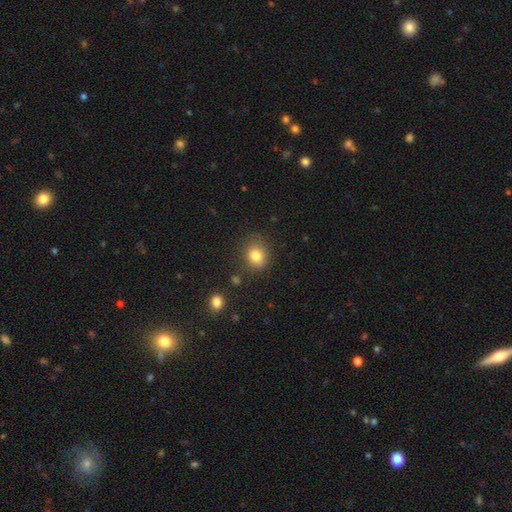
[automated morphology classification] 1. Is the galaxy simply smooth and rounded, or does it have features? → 81% smooth, 11% star or artifact, 7% featured or disk.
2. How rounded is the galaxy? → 67% round, 32% in between, 1% cigar-shaped.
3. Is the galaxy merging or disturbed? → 77% none, 15% minor disturbance, 4% major disturbance, 3% merger.